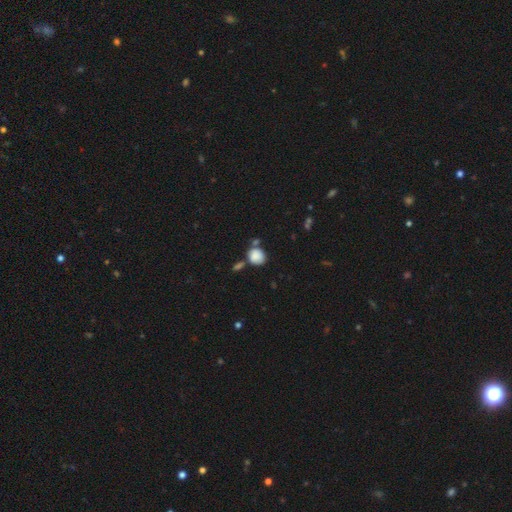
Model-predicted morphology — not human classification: Smooth or featured? smooth (86%)
How rounded? round (75%)
Merging? none (58%)